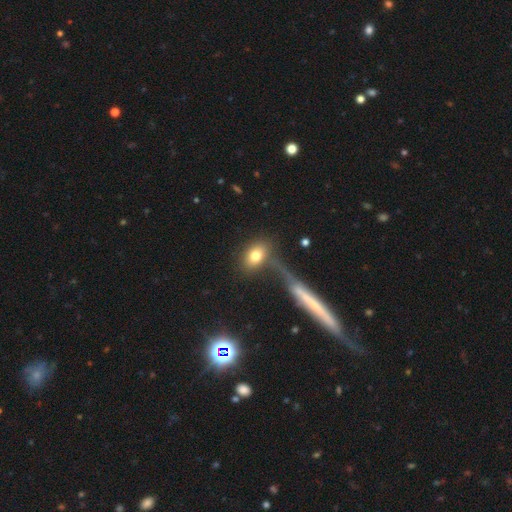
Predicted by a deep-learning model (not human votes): Morphology: type=smooth (78%); roundness=in between (72%); merging=none (57%).